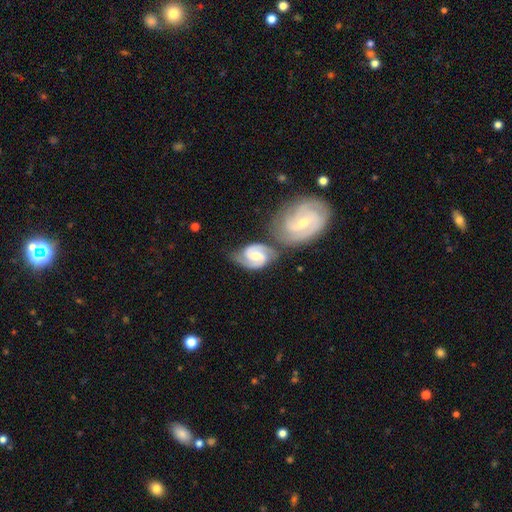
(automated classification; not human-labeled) Smooth or featured: featured or disk — 88% (smooth — 8%)
Edge-on disk: no — 98% (yes — 2%)
Bar: weak — 52% (no — 26%)
Spiral arms: yes — 98% (no — 2%)
Spiral winding: medium — 56% (tight — 31%)
Spiral arm count: 2 — 92% (can't tell — 3%)
Bulge size: moderate — 58% (small — 34%)
Merging: none — 52% (merger — 28%)